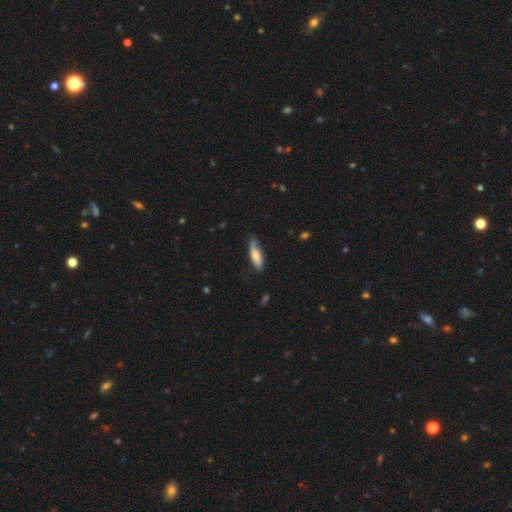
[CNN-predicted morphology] A smooth galaxy with no disk features (73%) that is cigar-shaped (50%). Merging: none (68%).